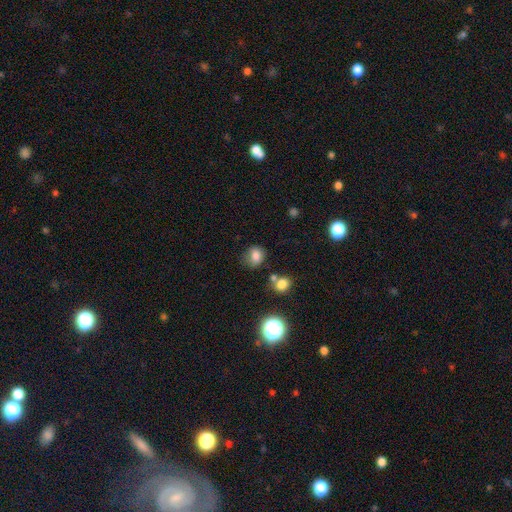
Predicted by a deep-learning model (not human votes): Smooth or featured?
  - smooth: 78% *
  - star or artifact: 14%
  - featured or disk: 8%
How rounded?
  - round: 63% *
  - in between: 36%
  - cigar-shaped: 1%
Merging?
  - none: 65% *
  - minor disturbance: 20%
  - merger: 9%
  - major disturbance: 6%